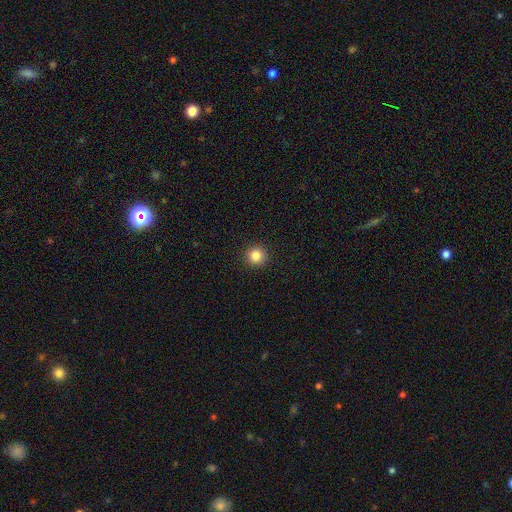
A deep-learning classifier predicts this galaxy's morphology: Smooth or featured: smooth — 84% (star or artifact — 11%)
How rounded: round — 95% (in between — 4%)
Merging: none — 93% (minor disturbance — 5%)